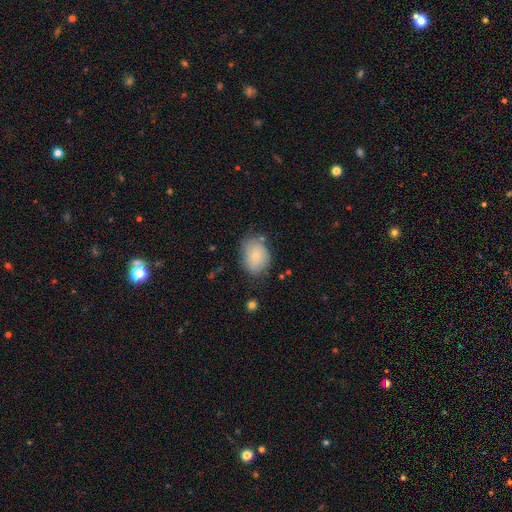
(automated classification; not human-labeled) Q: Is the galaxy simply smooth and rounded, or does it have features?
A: smooth — 72%.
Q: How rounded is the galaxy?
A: in between — 63%.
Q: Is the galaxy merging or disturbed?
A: none — 65%.